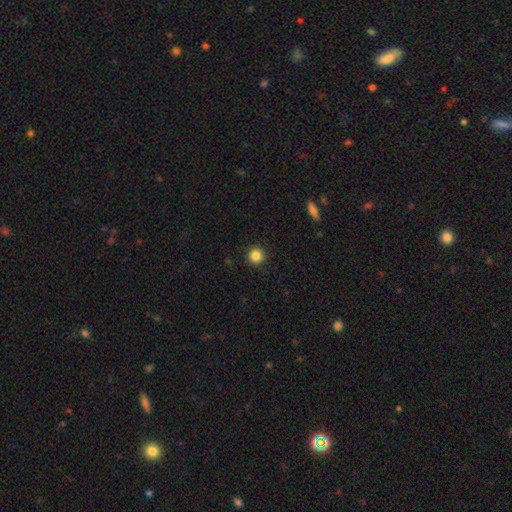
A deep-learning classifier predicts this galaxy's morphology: This is clearly a smooth galaxy (85%). How rounded: clearly round (96%). Merging: clearly none (93%).